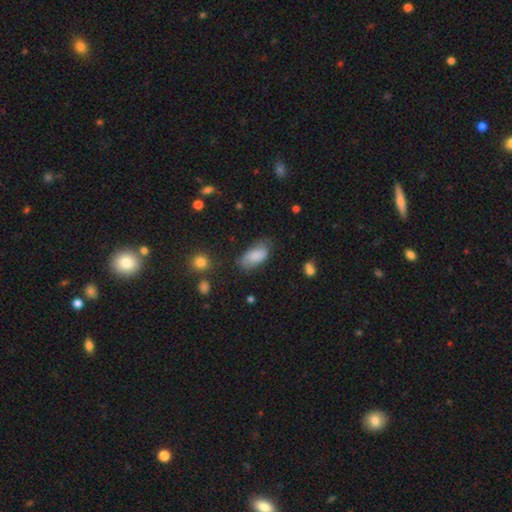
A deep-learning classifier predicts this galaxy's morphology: This appears to be a smooth galaxy with no disk features (83%) that is in between round and cigar-shaped (92%). Merging: none (63%).